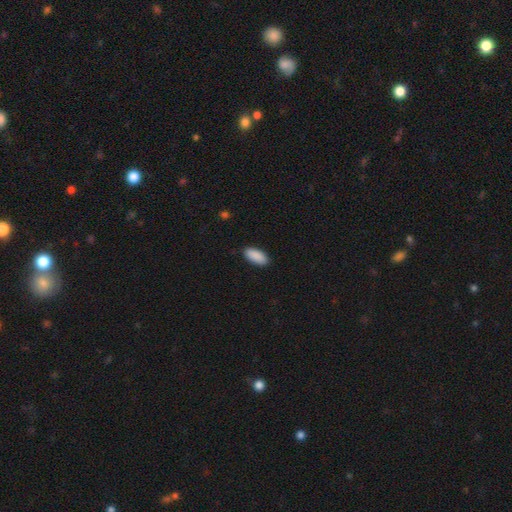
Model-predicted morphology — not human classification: Q: Smooth or featured?
A: smooth (91%); runner-up: star or artifact (6%)
Q: How rounded?
A: in between (90%); runner-up: cigar-shaped (8%)
Q: Merging?
A: none (89%); runner-up: minor disturbance (8%)